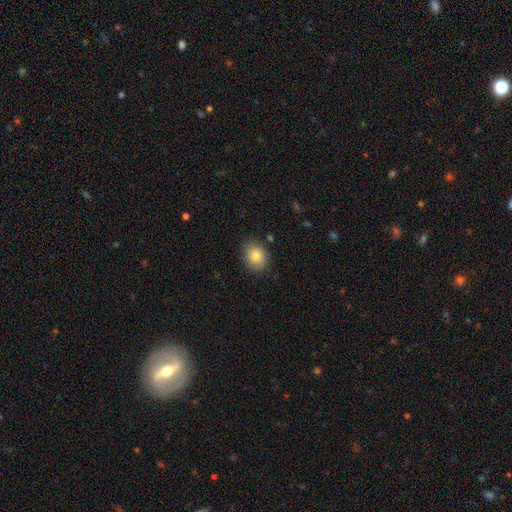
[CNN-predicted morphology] Overall: smooth (82%). How rounded: in between (53%; round 46%). Merging: none (83%).